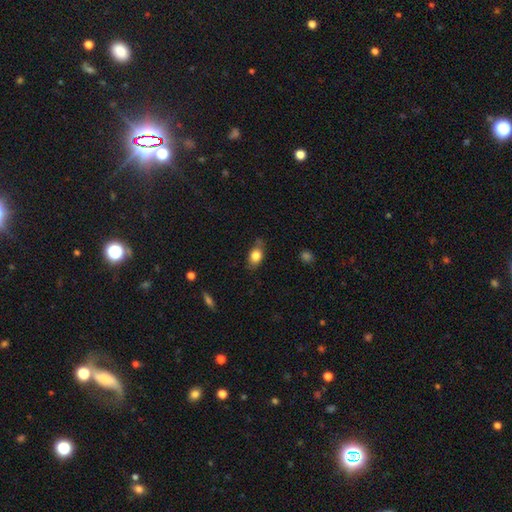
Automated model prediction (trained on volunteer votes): A smooth galaxy with no disk features (80%) that is in between round and cigar-shaped (81%). Merging: none (70%).